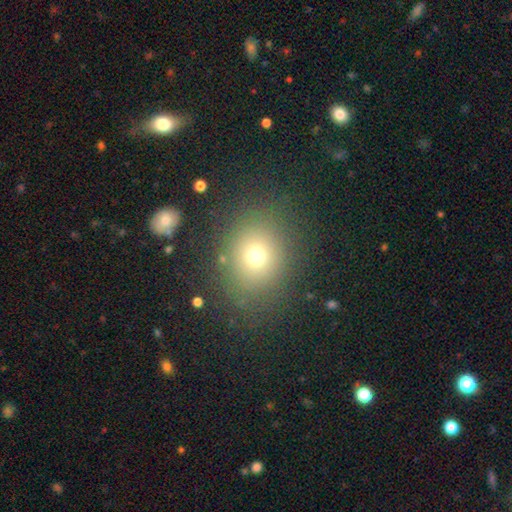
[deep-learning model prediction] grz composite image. It shows a smooth galaxy with no disk features (70%) that is round (66%). Merging: none (83%).